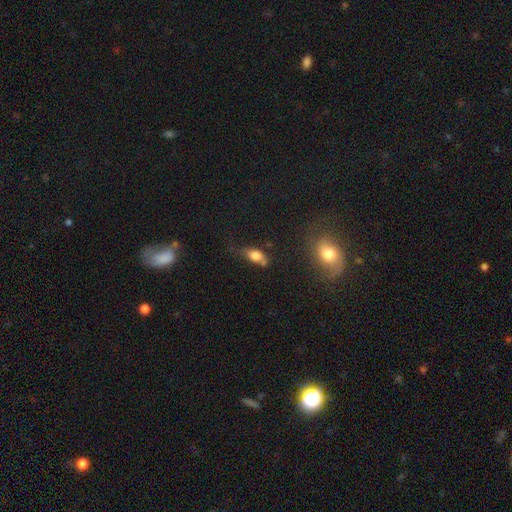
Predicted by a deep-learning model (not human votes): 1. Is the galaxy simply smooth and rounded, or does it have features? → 74% smooth, 15% featured or disk, 11% star or artifact.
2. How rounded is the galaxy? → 78% in between, 13% round, 9% cigar-shaped.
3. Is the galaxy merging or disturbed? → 41% none, 30% minor disturbance, 16% major disturbance, 13% merger.